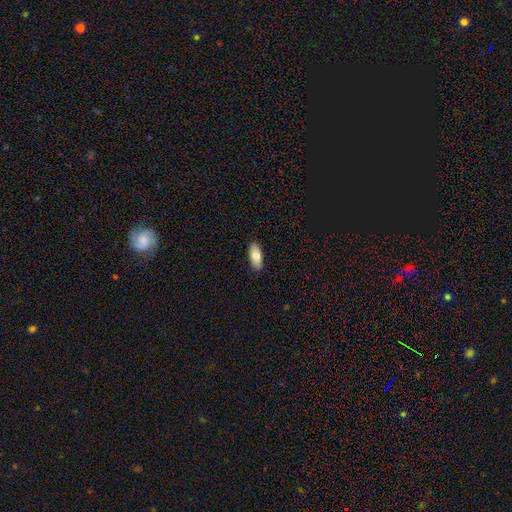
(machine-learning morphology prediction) type=smooth (78%); roundness=in between (80%); merging=none (87%).